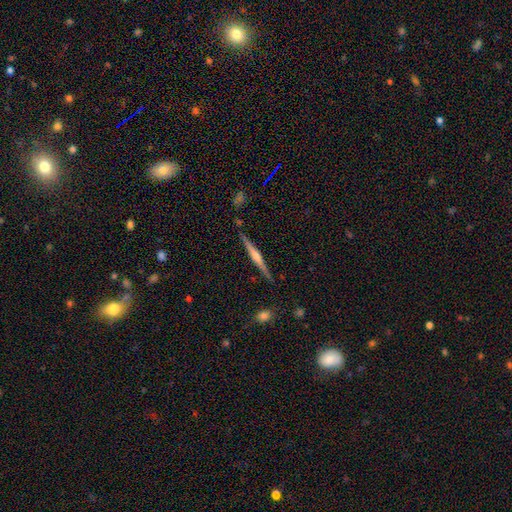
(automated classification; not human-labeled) smooth_or_featured: featured or disk (p=0.76) [alt: smooth p=0.17]
disk_edge_on: yes (p=0.98) [alt: no p=0.02]
edge_on_bulge: rounded (p=0.73) [alt: none p=0.14]
merging: none (p=0.89) [alt: minor disturbance p=0.08]